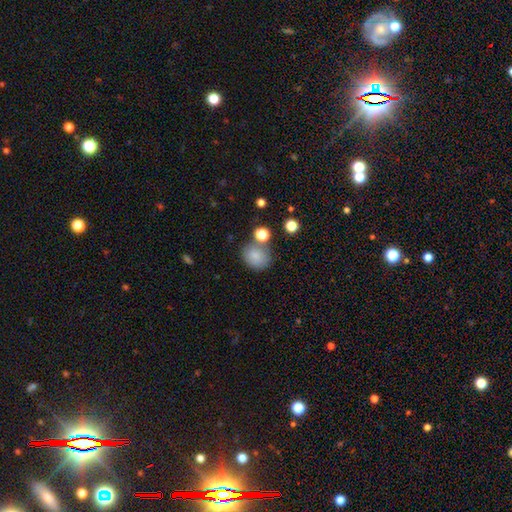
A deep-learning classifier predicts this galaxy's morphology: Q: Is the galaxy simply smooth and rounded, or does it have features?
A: smooth — 82%.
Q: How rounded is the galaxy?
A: round — 71%.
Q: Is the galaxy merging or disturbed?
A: none — 67%.